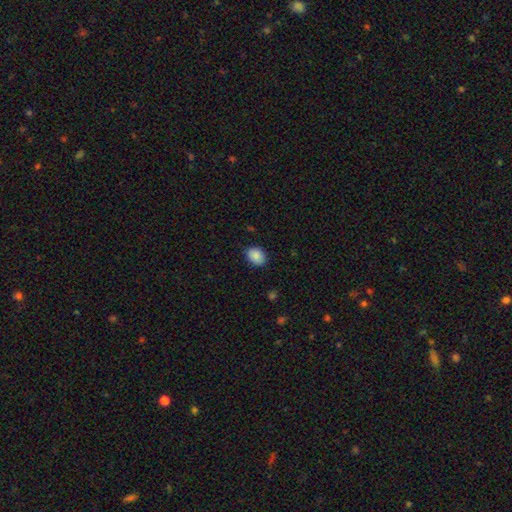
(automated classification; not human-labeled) The model was most divided on "how rounded": in between: 66%, round: 33%, cigar-shaped: 1%. More confident: smooth or featured — smooth (88%); merging — none (85%).